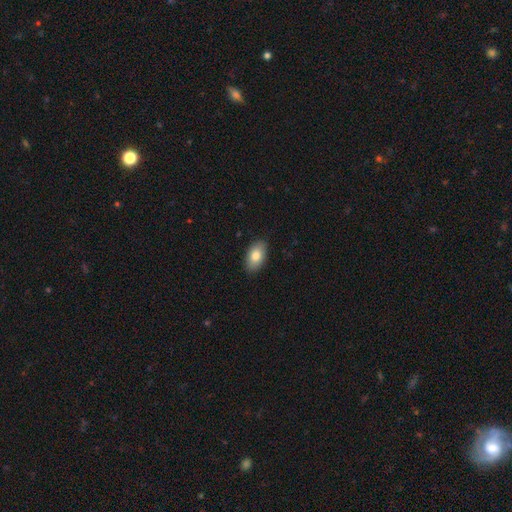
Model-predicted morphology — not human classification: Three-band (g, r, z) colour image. It shows a smooth galaxy with no disk features (82%) that is in between round and cigar-shaped (93%). Merging: none (88%).